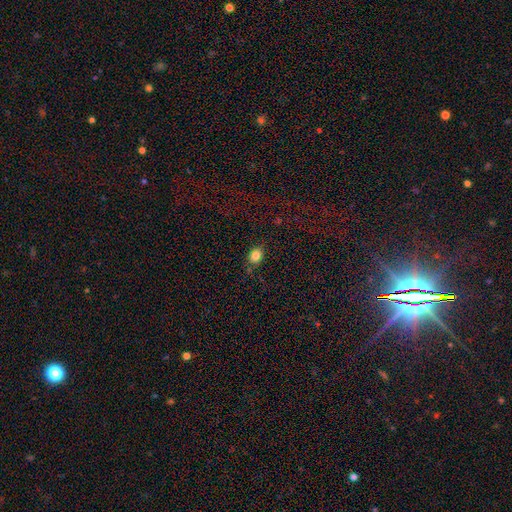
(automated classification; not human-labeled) This appears to be a smooth galaxy with no disk features (83%) that is round (49%, tied with in between). Merging: none (81%).